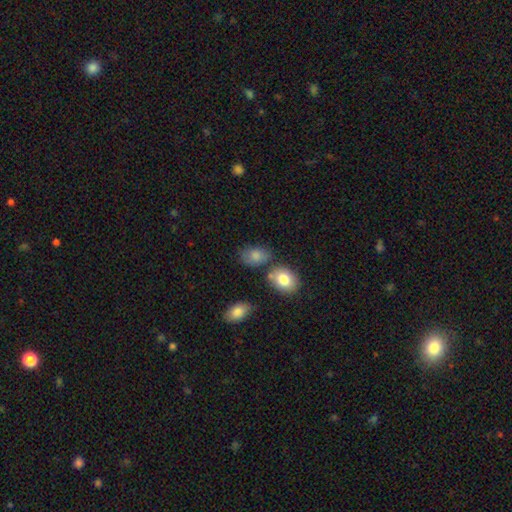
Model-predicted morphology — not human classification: smooth-or-featured: smooth: 80% | featured or disk: 11% | star or artifact: 9%
  how-rounded: in between: 83% | round: 16% | cigar-shaped: 1%
  merging: none: 58% | minor disturbance: 23% | merger: 12% | major disturbance: 7%